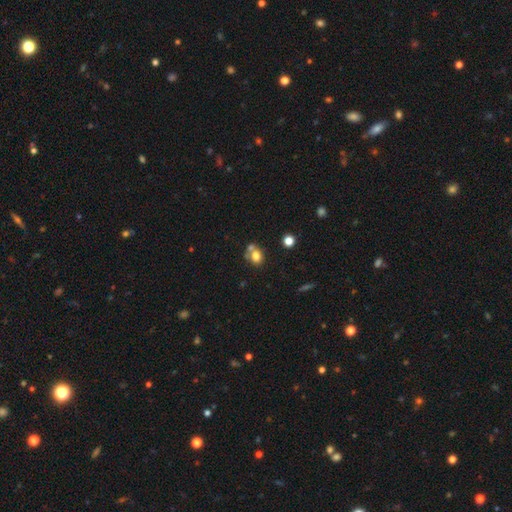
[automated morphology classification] A smooth galaxy with no disk features (74%) that is round (57%). Merging: none (45%).